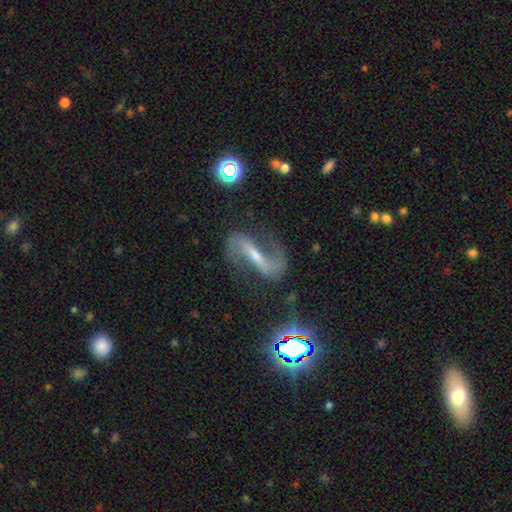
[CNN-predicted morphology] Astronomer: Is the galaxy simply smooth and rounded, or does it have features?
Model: featured or disk — 81%.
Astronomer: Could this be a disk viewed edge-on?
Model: no — 88%.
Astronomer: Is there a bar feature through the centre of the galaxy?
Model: strong — 66%.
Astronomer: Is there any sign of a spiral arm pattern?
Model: yes — 93%.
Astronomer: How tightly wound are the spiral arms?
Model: loose — 62%.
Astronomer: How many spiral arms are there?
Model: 2 — 91%.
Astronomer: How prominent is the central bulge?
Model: small — 50% (runner-up: moderate, 32%).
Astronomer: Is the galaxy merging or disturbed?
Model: none — 71%.